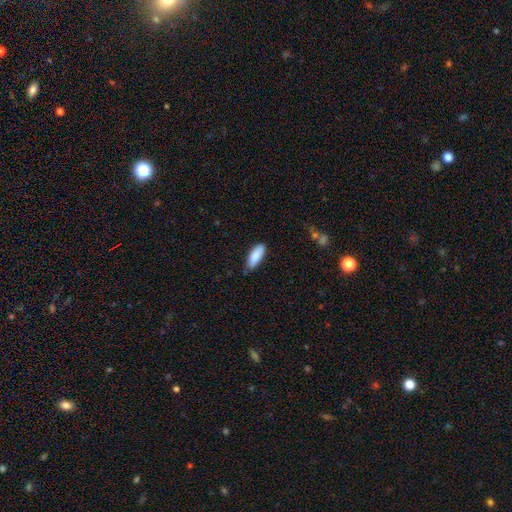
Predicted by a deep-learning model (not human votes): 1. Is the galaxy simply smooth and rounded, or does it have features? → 88% smooth, 6% star or artifact, 6% featured or disk.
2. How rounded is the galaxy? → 72% in between, 26% cigar-shaped, 2% round.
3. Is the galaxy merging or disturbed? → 75% none, 21% minor disturbance, 3% major disturbance, 1% merger.